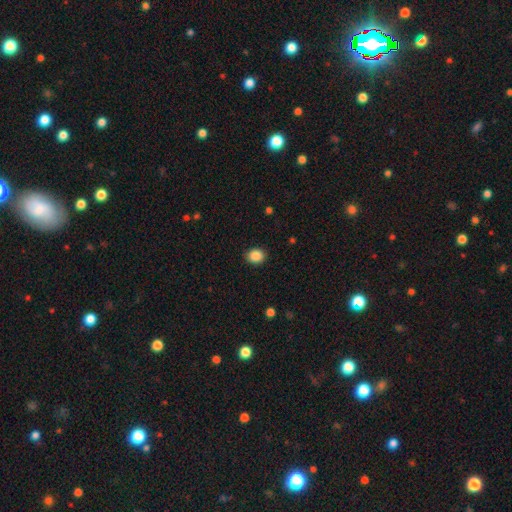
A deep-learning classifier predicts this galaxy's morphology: This appears to be a smooth galaxy with no disk features (88%) that is round (59%). Merging: none (89%).